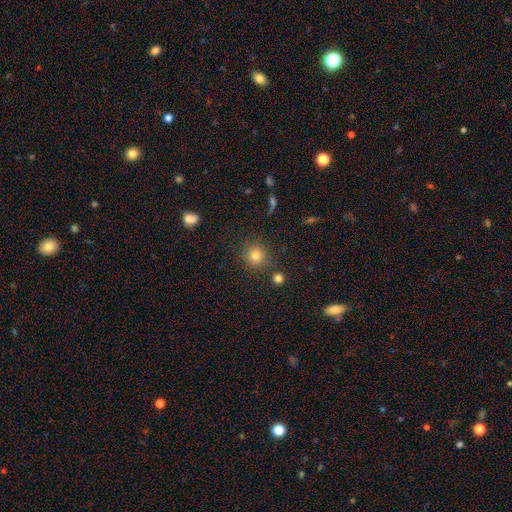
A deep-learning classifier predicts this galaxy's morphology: Overall: smooth (80%). How rounded: round (92%). Merging: none (87%).